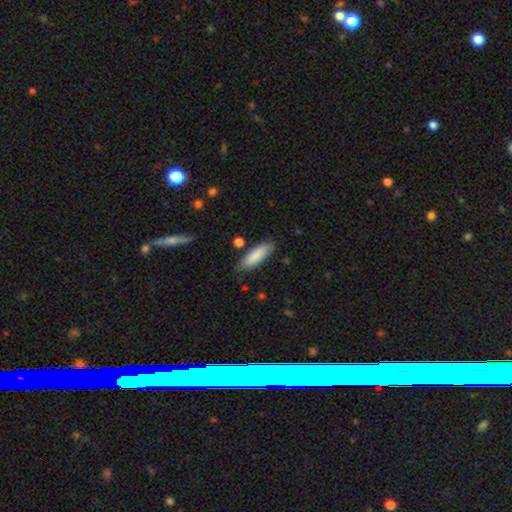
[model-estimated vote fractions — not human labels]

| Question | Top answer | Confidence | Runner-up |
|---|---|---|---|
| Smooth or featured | smooth | 86% | featured or disk (8%) |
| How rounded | in between | 51% | cigar-shaped (48%) |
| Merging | none | 80% | minor disturbance (14%) |